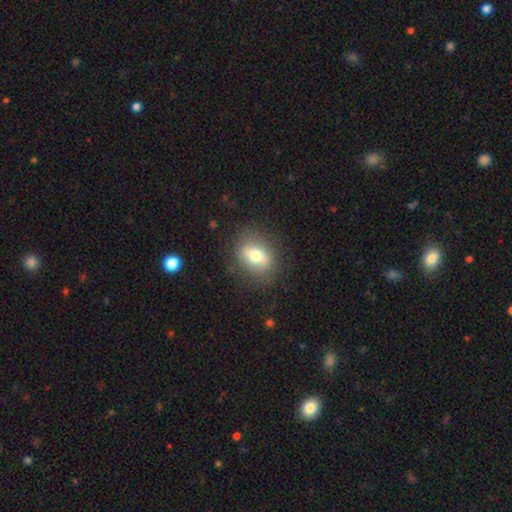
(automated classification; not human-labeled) Smooth or featured?
  - smooth: 64% *
  - featured or disk: 27%
  - star or artifact: 9%
How rounded?
  - in between: 62% *
  - round: 35%
  - cigar-shaped: 3%
Merging?
  - none: 82% *
  - minor disturbance: 12%
  - major disturbance: 5%
  - merger: 1%